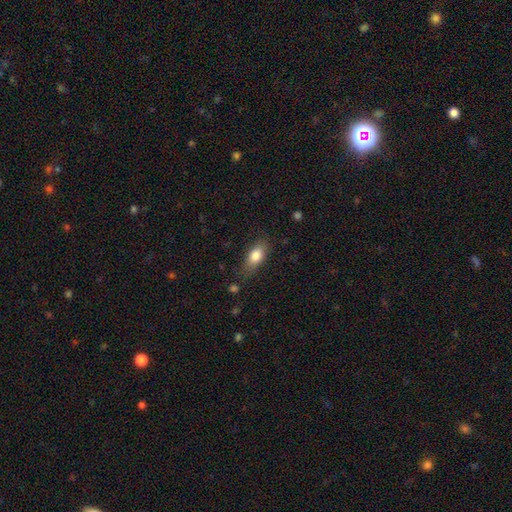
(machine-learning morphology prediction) Overall: smooth (80%). How rounded: in between (84%). Merging: none (73%).